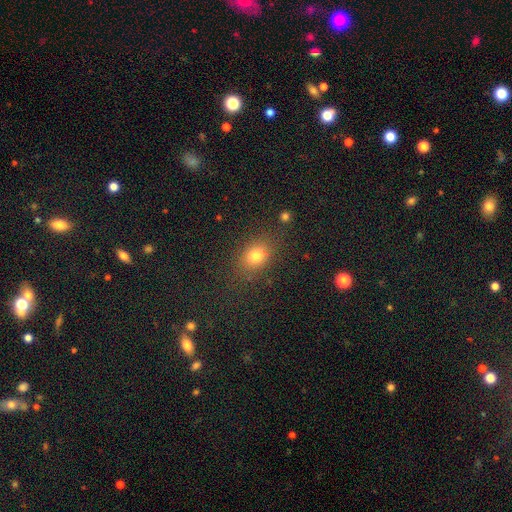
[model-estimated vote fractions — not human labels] This appears to be a smooth galaxy with no disk features (77%) that is in between round and cigar-shaped (55%). Merging: none (78%).